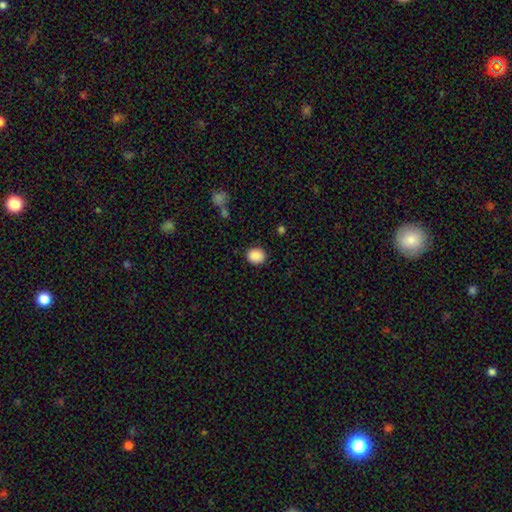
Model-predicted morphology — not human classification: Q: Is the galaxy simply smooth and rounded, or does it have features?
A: smooth — 89%.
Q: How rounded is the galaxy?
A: round — 68%.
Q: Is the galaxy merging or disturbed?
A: none — 87%.